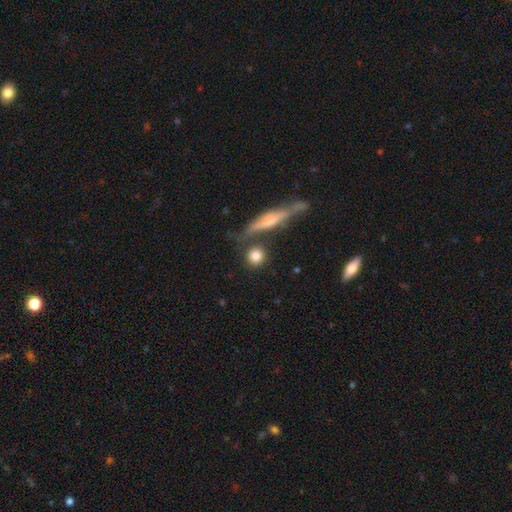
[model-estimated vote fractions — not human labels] A smooth galaxy with no disk features (79%) that is round (85%). Merging: none (73%).